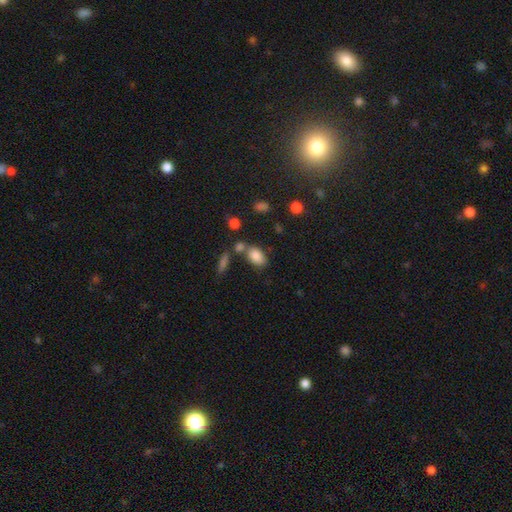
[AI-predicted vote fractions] smooth 84%, star or artifact 9%, featured or disk 7%. Down the decision tree: how rounded — in between (88%); merging — none (62%).